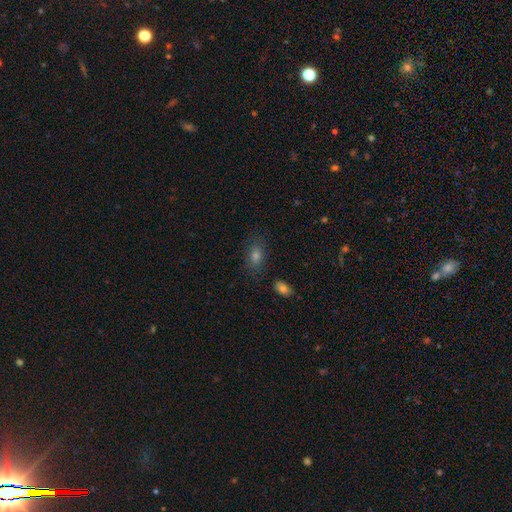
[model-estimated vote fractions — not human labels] Overall: smooth (67%). How rounded: in between (79%). Merging: none (81%).